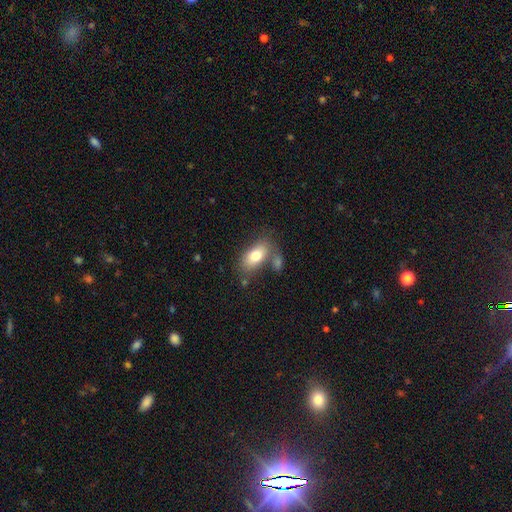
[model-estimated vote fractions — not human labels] Smooth or featured? smooth (76%)
How rounded? in between (90%)
Merging? none (58%)